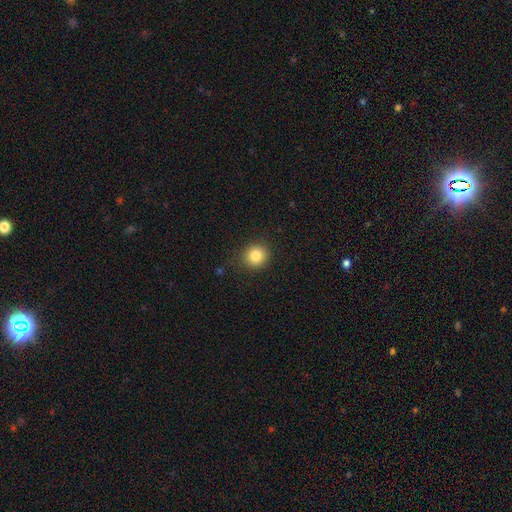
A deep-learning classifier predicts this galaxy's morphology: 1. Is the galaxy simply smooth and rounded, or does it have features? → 83% smooth, 11% star or artifact, 6% featured or disk.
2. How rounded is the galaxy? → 87% round, 12% in between, 1% cigar-shaped.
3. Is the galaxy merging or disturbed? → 88% none, 8% minor disturbance, 3% major disturbance, 1% merger.